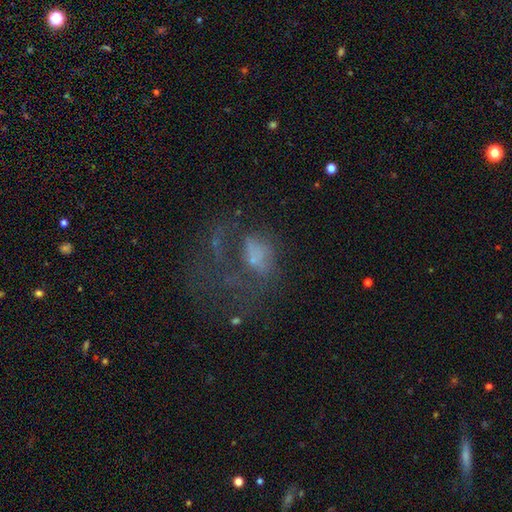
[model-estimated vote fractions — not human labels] Smooth or featured? featured or disk (47%)
Merging? major disturbance (58%)